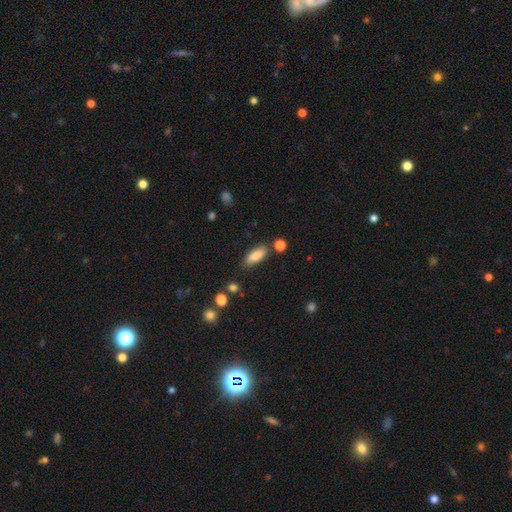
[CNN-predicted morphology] This is clearly a smooth galaxy (84%). How rounded: likely in between (77%). Merging: likely none (78%).